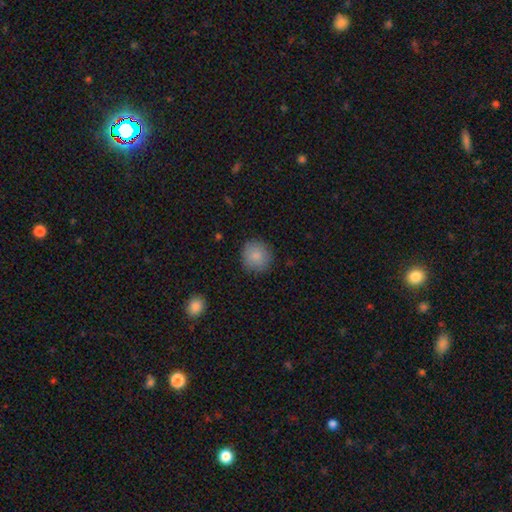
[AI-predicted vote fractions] A smooth galaxy with no disk features (85%) that is round (91%).

Vote fractions:
- Smooth or featured? smooth: 85% / star or artifact: 8% / featured or disk: 7%
- How rounded? round: 91% / in between: 8% / cigar-shaped: 1%
- Merging? none: 87% / minor disturbance: 10% / major disturbance: 2% / merger: 1%